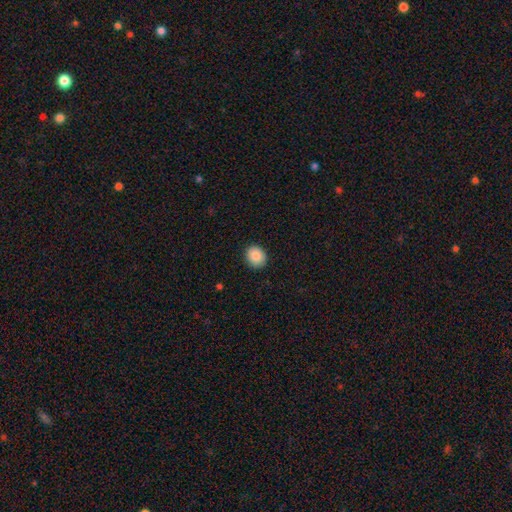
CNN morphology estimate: Smooth or featured? Predicted: smooth (p=0.88). How rounded? Predicted: round (p=0.74). Merging? Predicted: none (p=0.90).